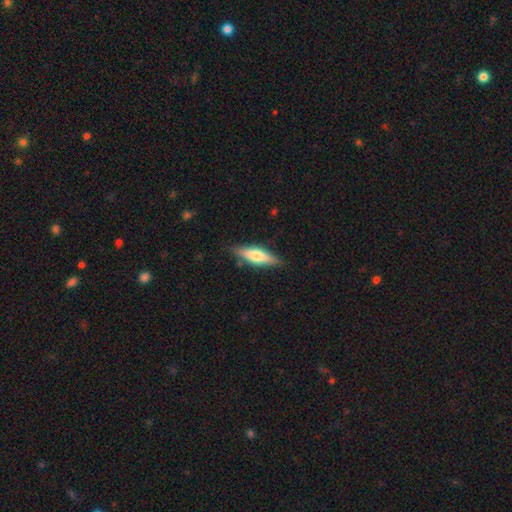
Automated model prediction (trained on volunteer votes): A smooth galaxy with no disk features (55%) that is cigar-shaped (58%). Merging: none (83%).